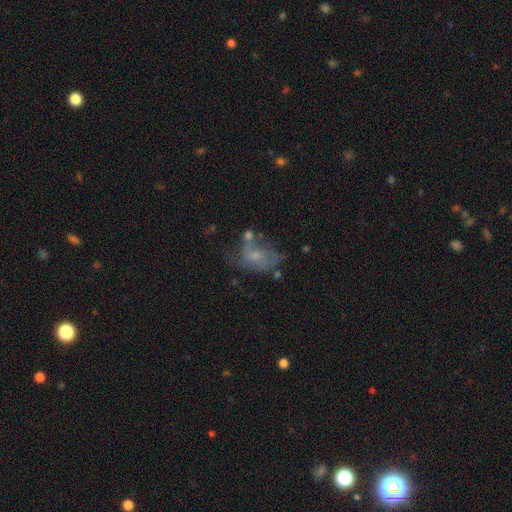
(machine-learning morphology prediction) type=featured or disk (49%); merging=none (32%).